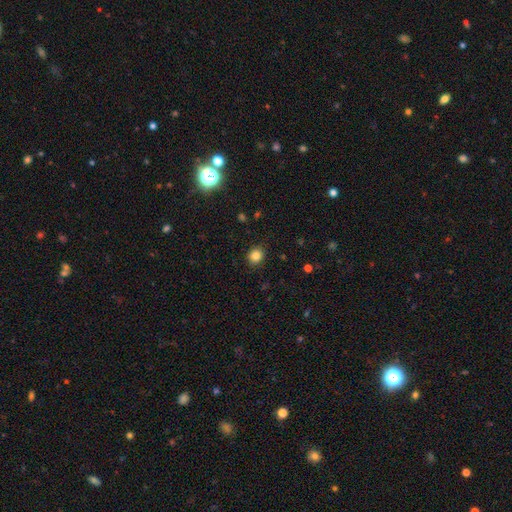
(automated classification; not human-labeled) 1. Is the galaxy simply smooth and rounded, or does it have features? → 84% smooth, 11% star or artifact, 5% featured or disk.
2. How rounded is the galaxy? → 80% round, 19% in between, 1% cigar-shaped.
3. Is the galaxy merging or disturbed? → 89% none, 8% minor disturbance, 2% major disturbance, 1% merger.